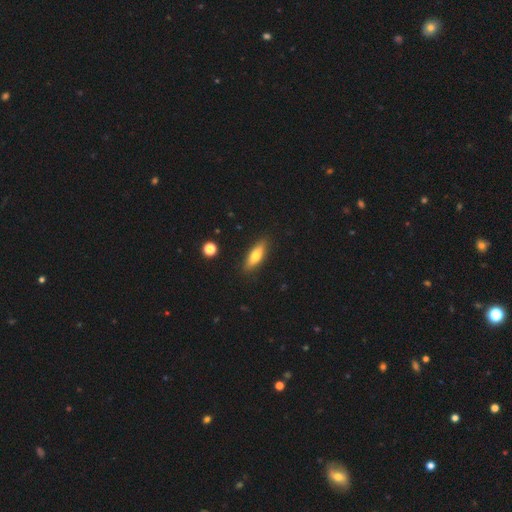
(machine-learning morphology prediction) Overall: smooth (66%; featured or disk 27%). How rounded: in between (49%; cigar-shaped 48%). Merging: none (88%).